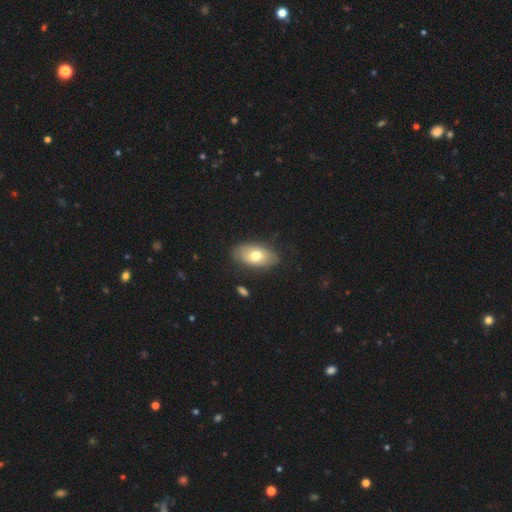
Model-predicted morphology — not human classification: Overall: smooth (70%). How rounded: in between (92%). Merging: none (80%).